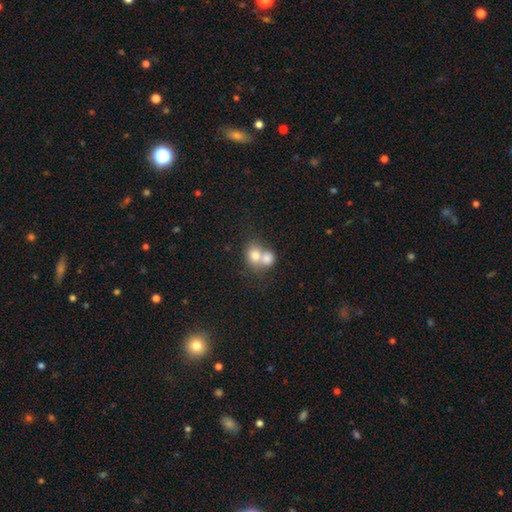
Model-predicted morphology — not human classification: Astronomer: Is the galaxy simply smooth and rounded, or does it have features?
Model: smooth — 75%.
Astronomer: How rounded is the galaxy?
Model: round — 65%.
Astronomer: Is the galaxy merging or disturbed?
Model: merger — 69%.